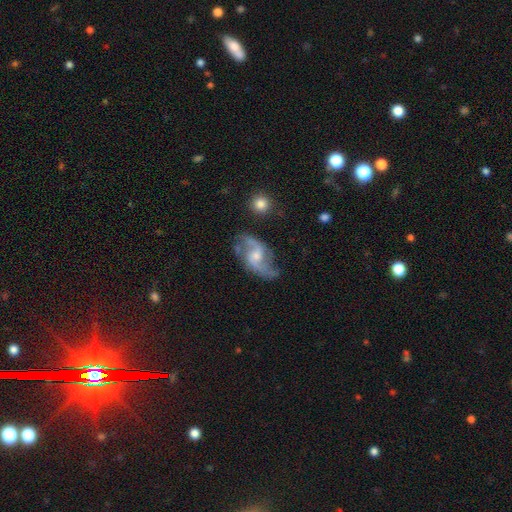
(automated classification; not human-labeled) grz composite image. It shows a featured or disk galaxy (86%) with a weak bar (49%), 2 (90%) loose (61%) spiral arms (95%) and a moderate central bulge (47%). Merging: none (64%).